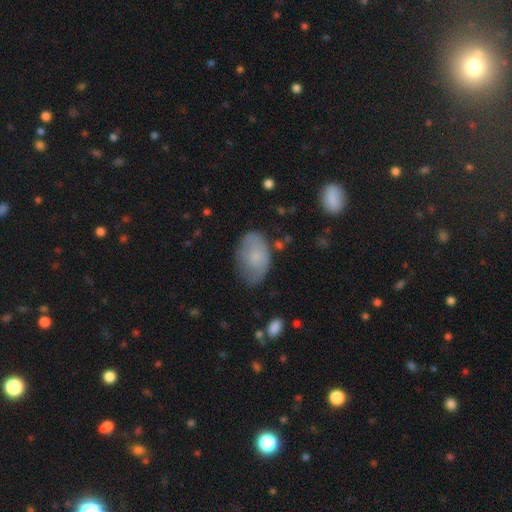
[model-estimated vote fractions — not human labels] Smooth or featured: smooth — 68% (featured or disk — 24%)
How rounded: in between — 89% (round — 10%)
Merging: none — 57% (minor disturbance — 30%)